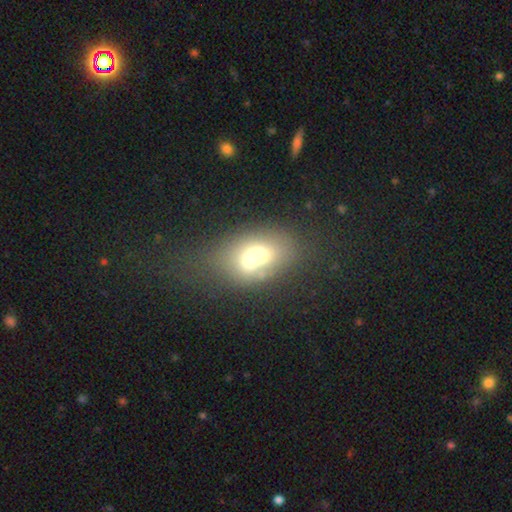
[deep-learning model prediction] Smooth or featured?
  - smooth: 58% *
  - featured or disk: 31%
  - star or artifact: 12%
How rounded?
  - in between: 71% *
  - round: 26%
  - cigar-shaped: 3%
Merging?
  - merger: 59% *
  - none: 23%
  - minor disturbance: 11%
  - major disturbance: 8%